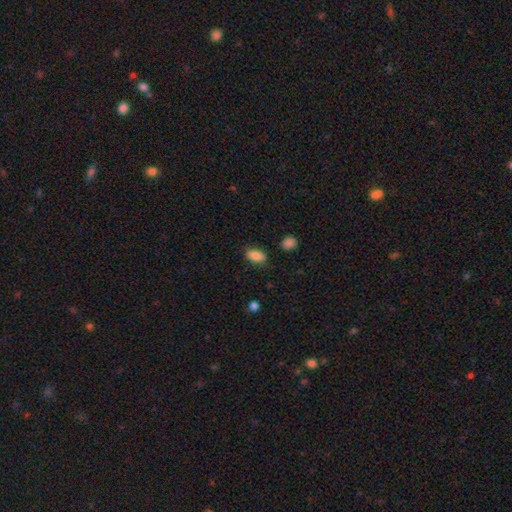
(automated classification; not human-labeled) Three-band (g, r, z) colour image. It shows a smooth galaxy with no disk features (83%) that is in between round and cigar-shaped (88%). Merging: none (82%).